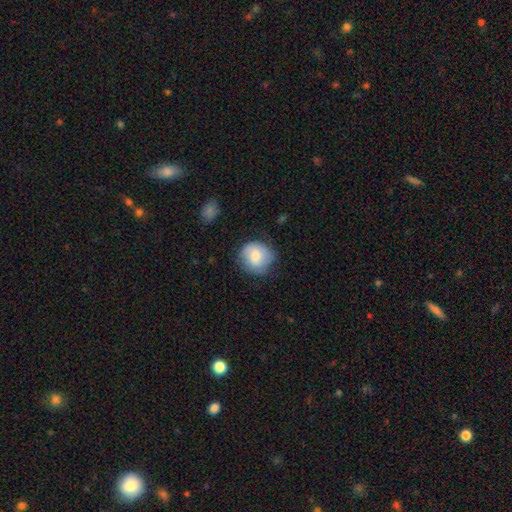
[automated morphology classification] Smooth or featured? Predicted: smooth (p=0.76). How rounded? Predicted: round (p=0.87). Merging? Predicted: none (p=0.72).